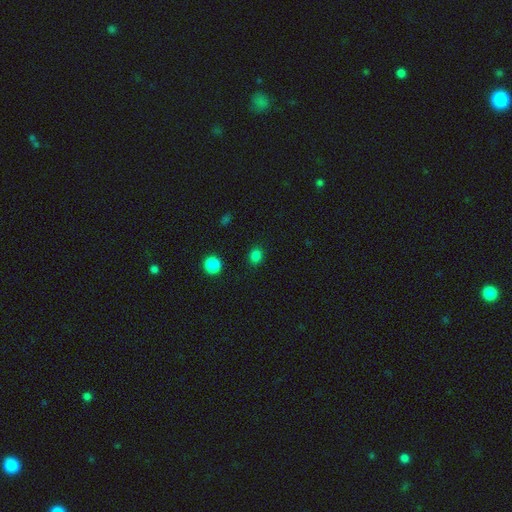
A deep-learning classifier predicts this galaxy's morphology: type=smooth (83%); roundness=round (69%); merging=none (89%).